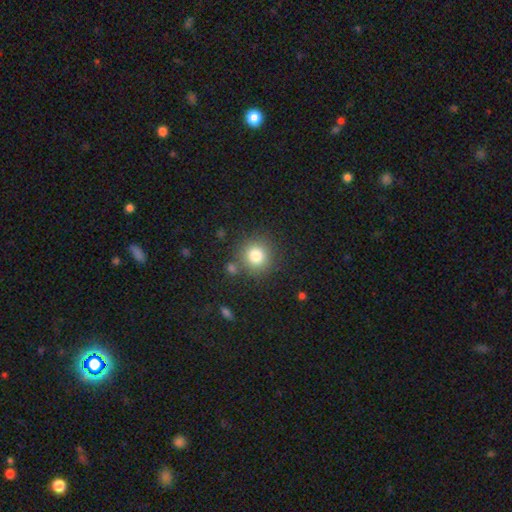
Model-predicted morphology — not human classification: Smooth or featured: smooth — 79% (star or artifact — 12%)
How rounded: round — 91% (in between — 8%)
Merging: none — 82% (minor disturbance — 9%)